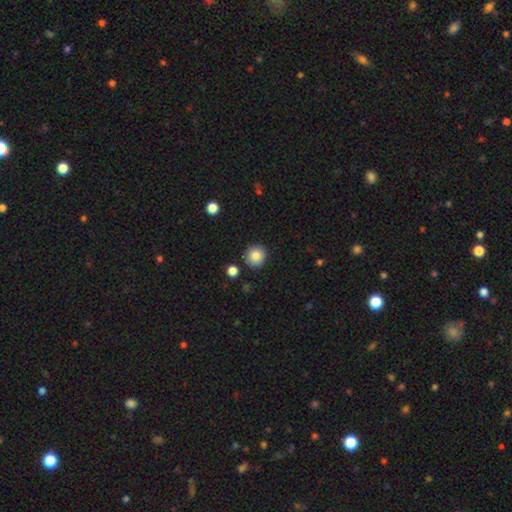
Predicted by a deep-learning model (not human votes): The model was most divided on "smooth or featured": smooth: 85%, star or artifact: 9%, featured or disk: 6%. More confident: how rounded — round (92%); merging — none (89%).